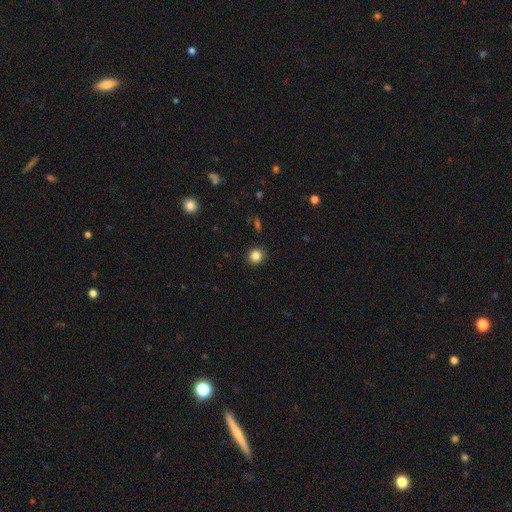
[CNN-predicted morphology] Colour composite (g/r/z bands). It shows a smooth galaxy with no disk features (85%) that is round (86%). Merging: none (91%).